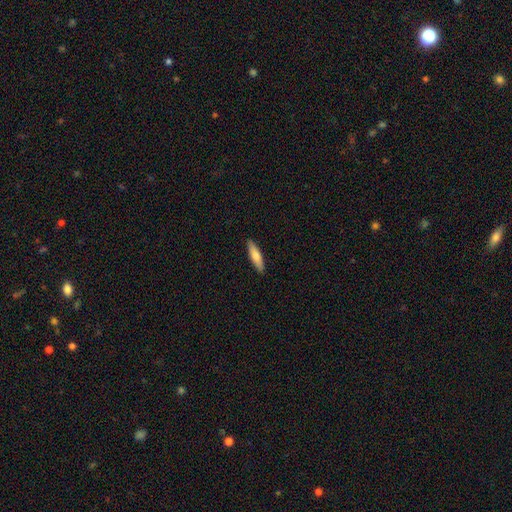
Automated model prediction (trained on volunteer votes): Smooth or featured?
  - smooth: 73% *
  - featured or disk: 21%
  - star or artifact: 5%
How rounded?
  - cigar-shaped: 71% *
  - in between: 27%
  - round: 2%
Merging?
  - none: 90% *
  - minor disturbance: 8%
  - major disturbance: 2%
  - merger: 1%